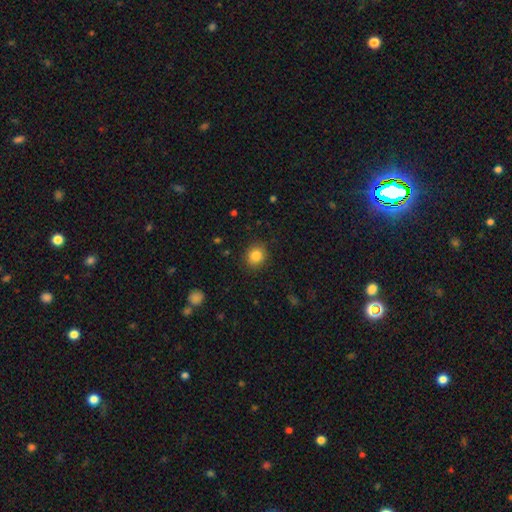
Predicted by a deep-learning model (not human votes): smooth-or-featured: smooth: 85% | star or artifact: 10% | featured or disk: 5%
  how-rounded: round: 81% | in between: 18% | cigar-shaped: 1%
  merging: none: 89% | minor disturbance: 7% | major disturbance: 2% | merger: 1%